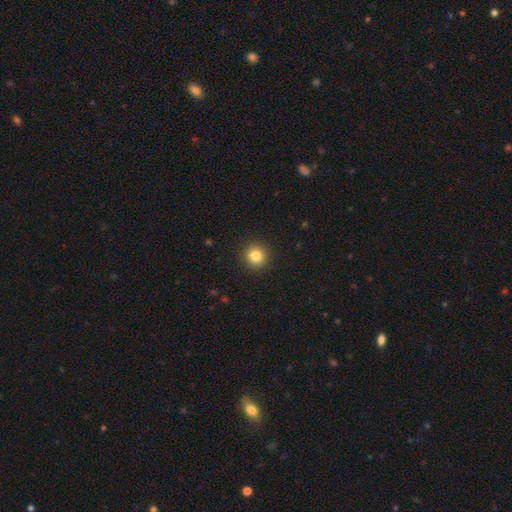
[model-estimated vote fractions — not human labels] Smooth or featured? smooth (83%)
How rounded? round (93%)
Merging? none (92%)